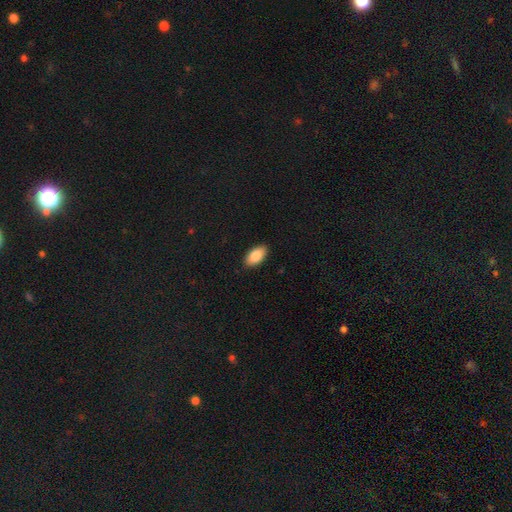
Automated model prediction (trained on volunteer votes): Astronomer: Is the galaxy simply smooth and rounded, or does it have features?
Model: smooth — 86%.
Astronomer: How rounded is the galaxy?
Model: in between — 94%.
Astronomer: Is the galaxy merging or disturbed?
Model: none — 89%.